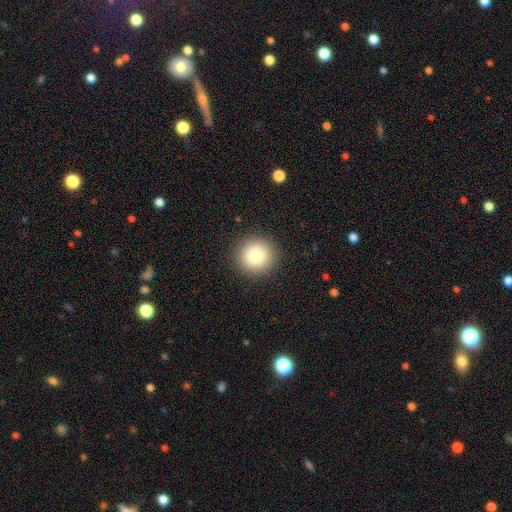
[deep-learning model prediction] Smooth or featured?
  - smooth: 82% *
  - star or artifact: 10%
  - featured or disk: 8%
How rounded?
  - round: 95% *
  - in between: 4%
  - cigar-shaped: 1%
Merging?
  - none: 92% *
  - minor disturbance: 5%
  - major disturbance: 2%
  - merger: 1%